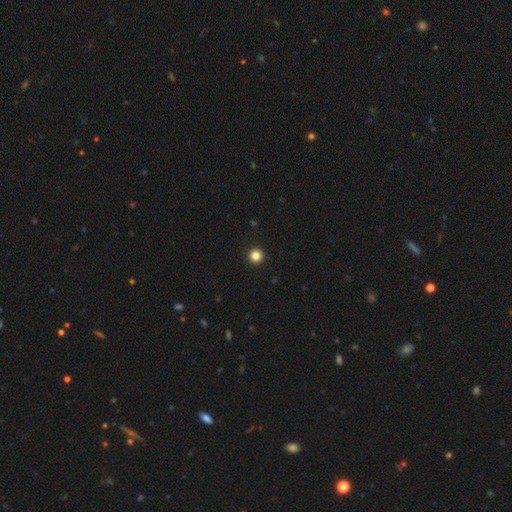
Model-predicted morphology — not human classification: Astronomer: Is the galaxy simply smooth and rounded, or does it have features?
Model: smooth — 84%.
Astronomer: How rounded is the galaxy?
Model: round — 96%.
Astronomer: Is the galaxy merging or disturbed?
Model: none — 94%.